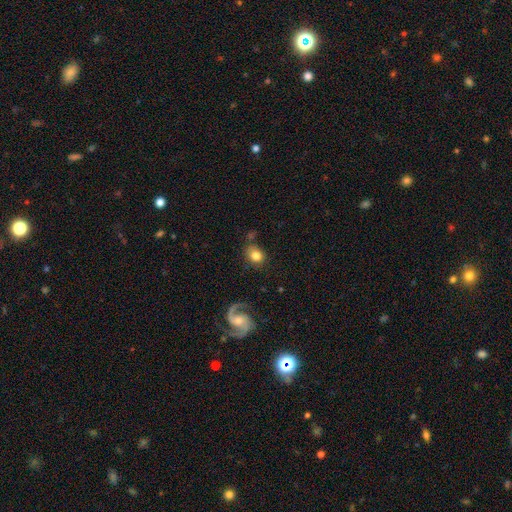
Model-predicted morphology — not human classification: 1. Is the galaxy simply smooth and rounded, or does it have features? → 74% smooth, 18% featured or disk, 8% star or artifact.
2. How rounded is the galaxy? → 60% round, 39% in between, 1% cigar-shaped.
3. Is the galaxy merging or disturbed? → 74% none, 14% minor disturbance, 7% major disturbance, 6% merger.